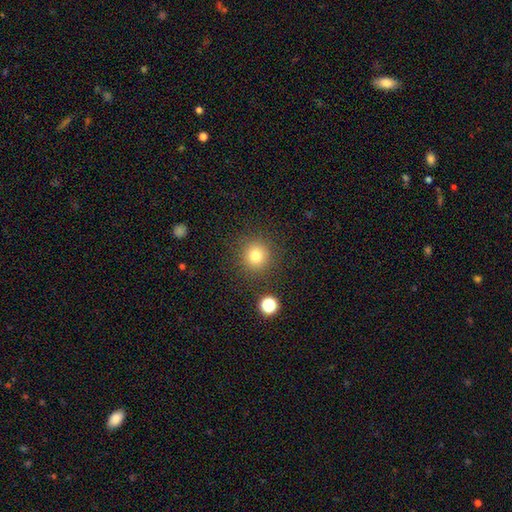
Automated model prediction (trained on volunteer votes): smooth 79%, star or artifact 14%, featured or disk 7%. Down the decision tree: how rounded — round (93%); merging — none (87%).